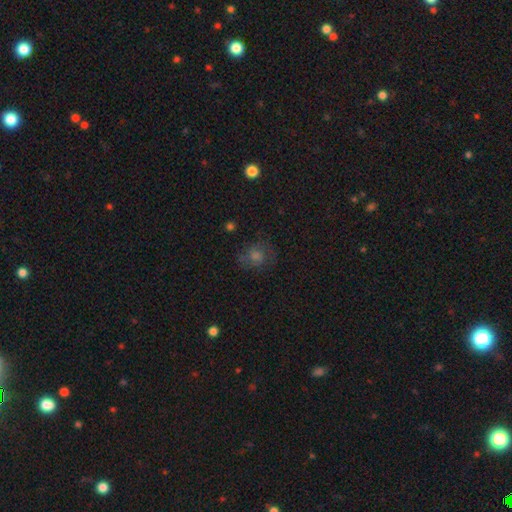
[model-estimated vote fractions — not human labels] Overall: smooth (43%; featured or disk 31%). Merging: none (70%).